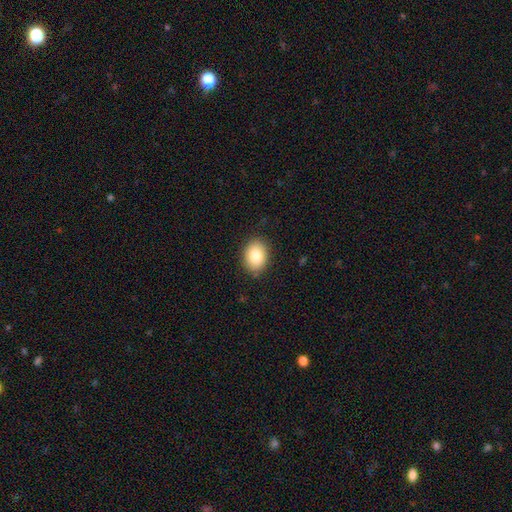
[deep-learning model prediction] Smooth or featured? smooth (84%)
How rounded? in between (68%)
Merging? none (86%)